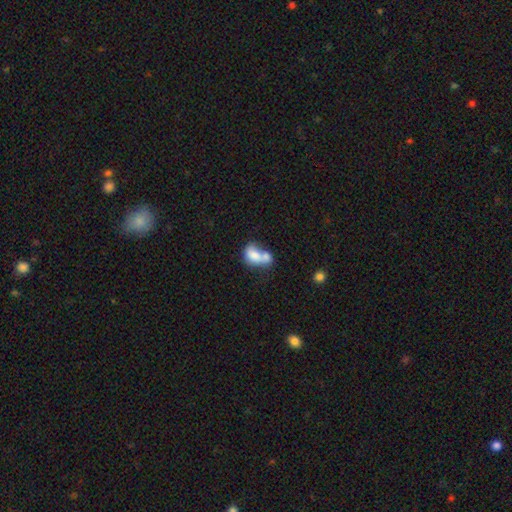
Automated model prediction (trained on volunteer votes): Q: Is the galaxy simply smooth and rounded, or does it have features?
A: smooth — 72%.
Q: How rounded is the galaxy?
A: in between — 79%.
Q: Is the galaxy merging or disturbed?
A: merger — 71%.